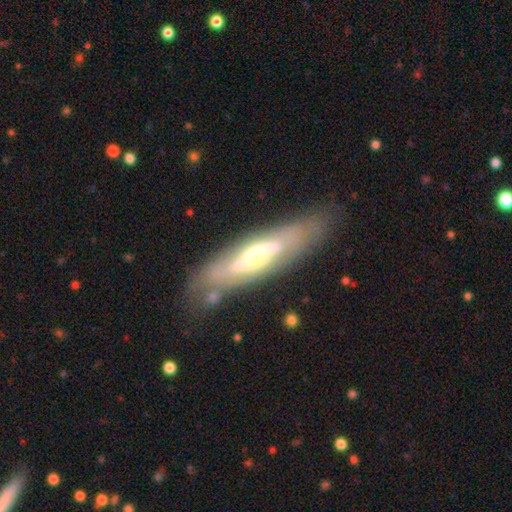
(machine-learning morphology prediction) This appears to be a featured or disk galaxy (66%). Merging: none (76%).